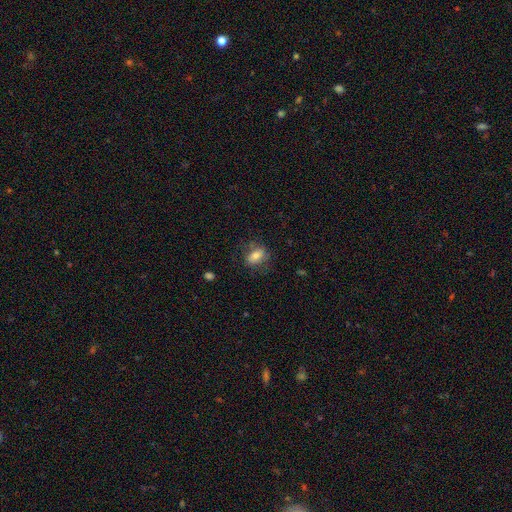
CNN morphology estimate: smooth-or-featured: smooth: 71% | featured or disk: 21% | star or artifact: 9%
  how-rounded: in between: 79% | round: 16% | cigar-shaped: 5%
  merging: none: 71% | minor disturbance: 19% | major disturbance: 8% | merger: 2%